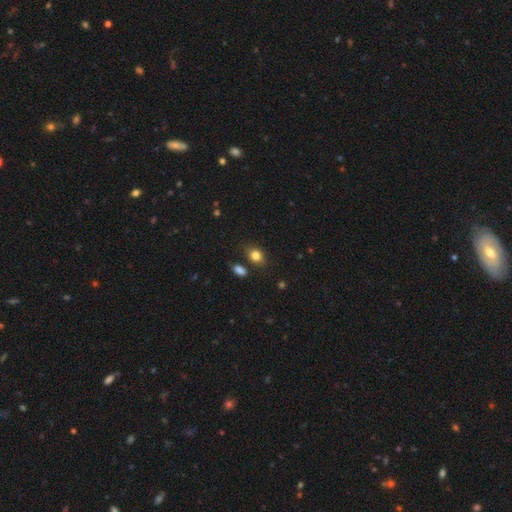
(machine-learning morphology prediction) Smooth or featured?
  - smooth: 82% *
  - star or artifact: 11%
  - featured or disk: 7%
How rounded?
  - in between: 58% *
  - round: 40%
  - cigar-shaped: 1%
Merging?
  - none: 75% *
  - minor disturbance: 15%
  - merger: 6%
  - major disturbance: 4%